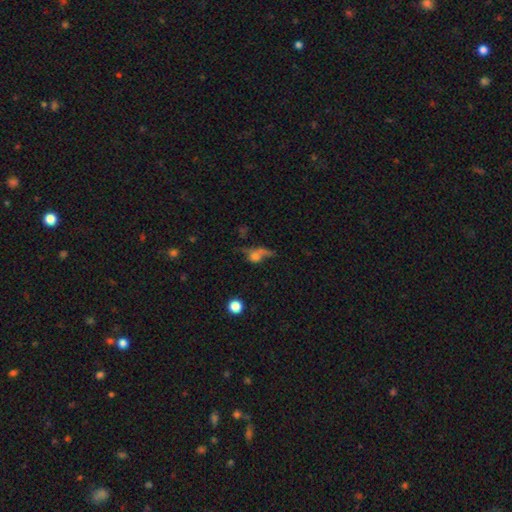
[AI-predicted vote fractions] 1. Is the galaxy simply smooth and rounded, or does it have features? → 52% smooth, 28% featured or disk, 20% star or artifact.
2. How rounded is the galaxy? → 50% round, 39% in between, 12% cigar-shaped.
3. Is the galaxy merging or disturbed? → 33% major disturbance, 31% none, 20% merger, 16% minor disturbance.